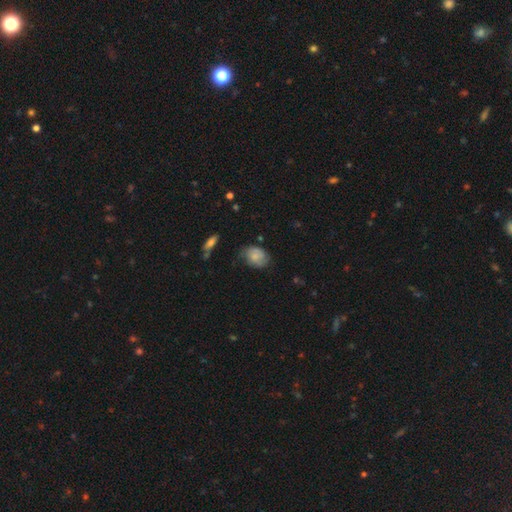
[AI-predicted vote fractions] Smooth or featured: smooth — 65% (featured or disk — 27%)
How rounded: in between — 71% (round — 28%)
Merging: none — 60% (minor disturbance — 29%)